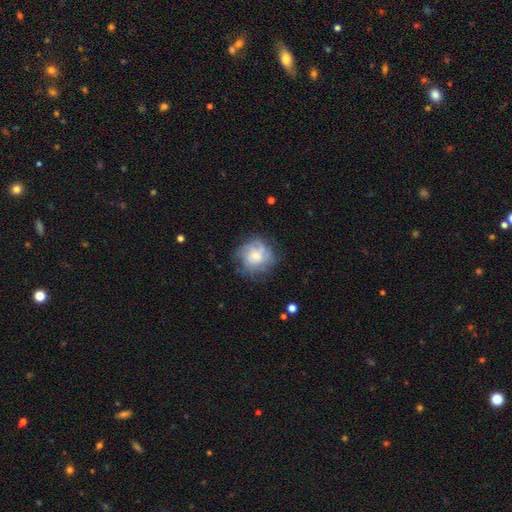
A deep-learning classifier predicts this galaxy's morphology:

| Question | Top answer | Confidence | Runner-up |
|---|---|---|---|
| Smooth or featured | featured or disk | 52% | smooth (38%) |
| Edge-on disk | no | 97% | yes (3%) |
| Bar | no | 77% | weak (20%) |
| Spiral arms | yes | 69% | no (31%) |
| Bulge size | small | 51% | moderate (36%) |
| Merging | none | 65% | minor disturbance (21%) |